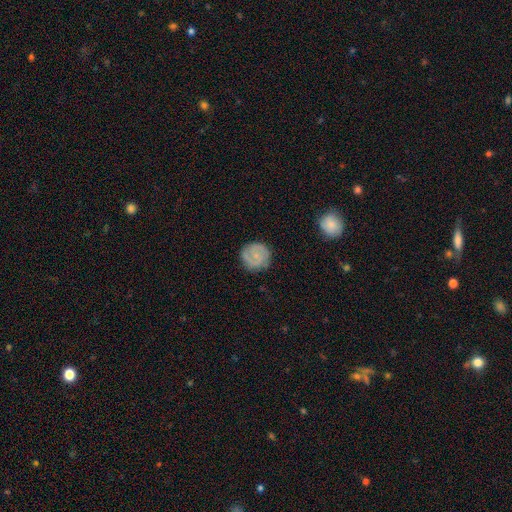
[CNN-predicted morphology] A featured or disk galaxy (53%) with no bar (66%), spiral arms (84%) and a small central bulge (65%). Merging: none (81%).